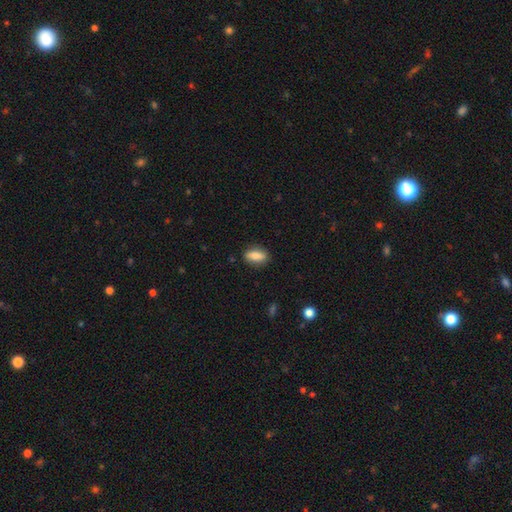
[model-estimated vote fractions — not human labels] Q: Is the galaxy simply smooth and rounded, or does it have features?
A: smooth — 74%.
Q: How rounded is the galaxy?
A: in between — 77%.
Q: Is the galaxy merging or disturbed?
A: none — 85%.